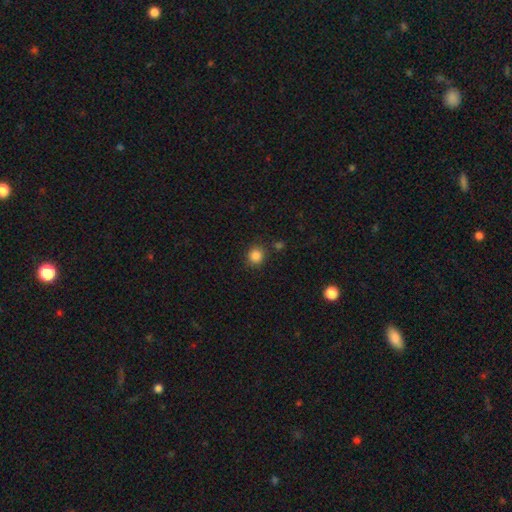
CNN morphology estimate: This is clearly a smooth galaxy (85%). How rounded: clearly round (90%). Merging: clearly none (86%).